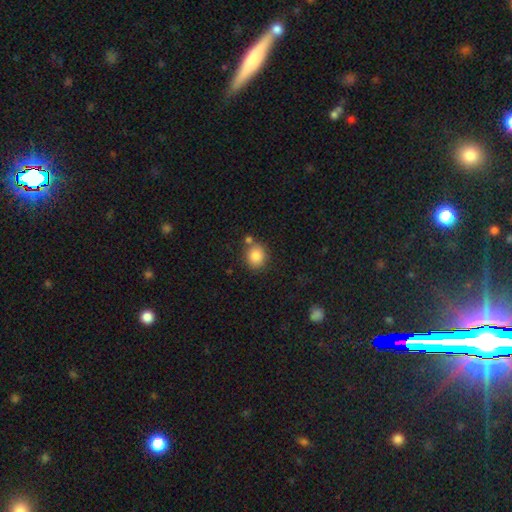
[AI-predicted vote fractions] Smooth or featured: smooth — 85% (star or artifact — 9%)
How rounded: round — 74% (in between — 25%)
Merging: none — 74% (merger — 13%)